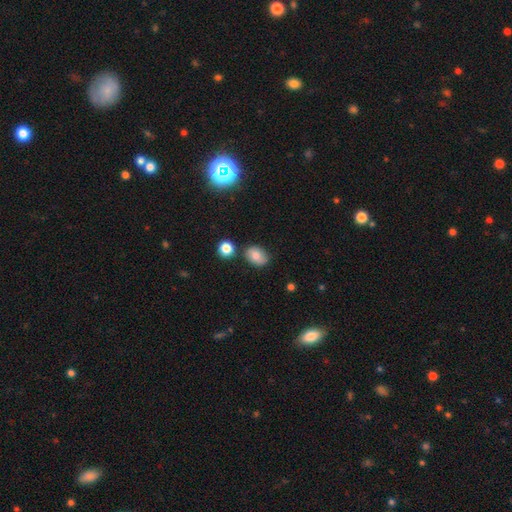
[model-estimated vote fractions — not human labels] smooth_or_featured: smooth (p=0.76) [alt: featured or disk p=0.13]
how_rounded: in between (p=0.72) [alt: round p=0.27]
merging: none (p=0.75) [alt: minor disturbance p=0.15]